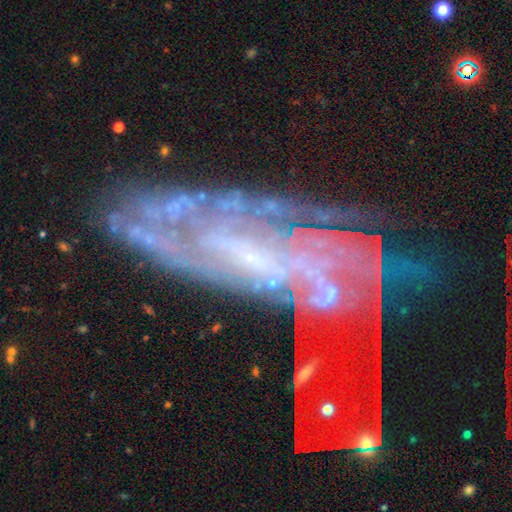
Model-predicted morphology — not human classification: A featured or disk galaxy (80%) with no bar (45%), tight (49%) spiral arms (82%) and a small central bulge (55%). Merging: merger (31%).